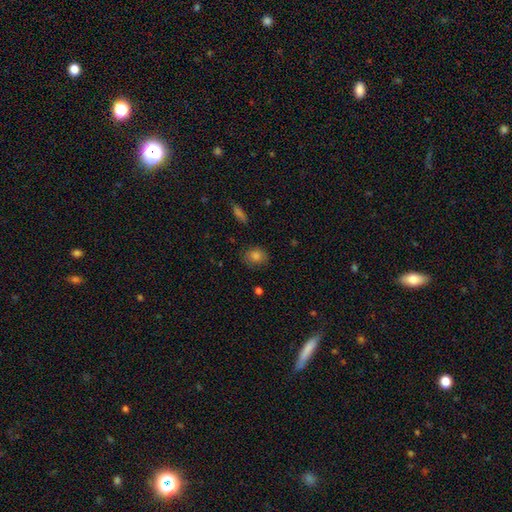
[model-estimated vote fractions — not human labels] Q: Smooth or featured?
A: smooth (81%); runner-up: star or artifact (11%)
Q: How rounded?
A: round (58%); runner-up: in between (41%)
Q: Merging?
A: none (80%); runner-up: minor disturbance (15%)